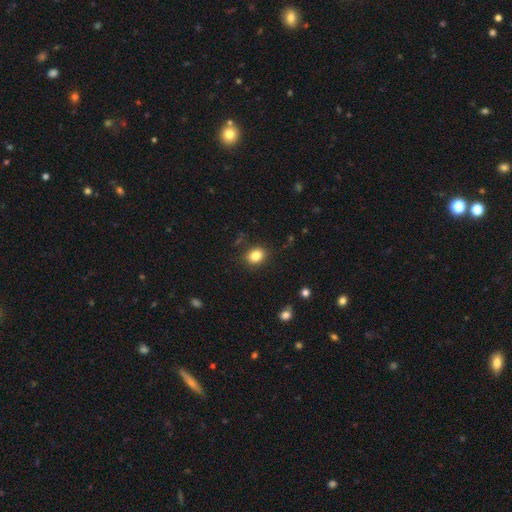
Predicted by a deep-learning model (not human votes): Overall: smooth (83%). How rounded: in between (50%; round 49%). Merging: none (87%).